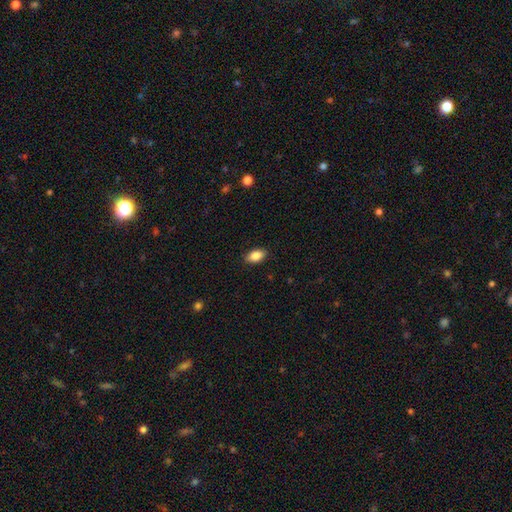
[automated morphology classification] smooth_or_featured: smooth (p=0.86) [alt: star or artifact p=0.08]
how_rounded: in between (p=0.91) [alt: round p=0.07]
merging: none (p=0.89) [alt: minor disturbance p=0.08]